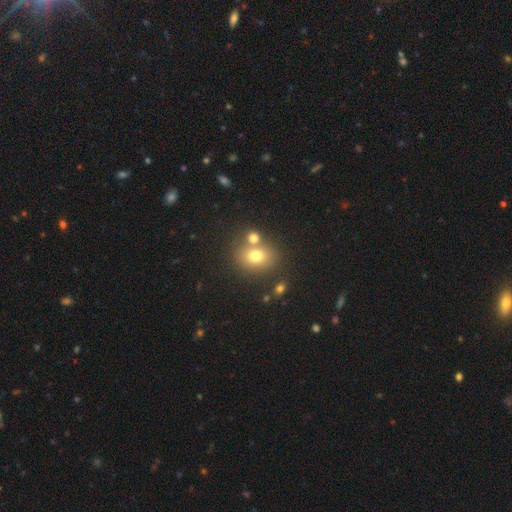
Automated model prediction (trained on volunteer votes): Morphology: type=smooth (73%); roundness=round (60%); merging=none (59%).